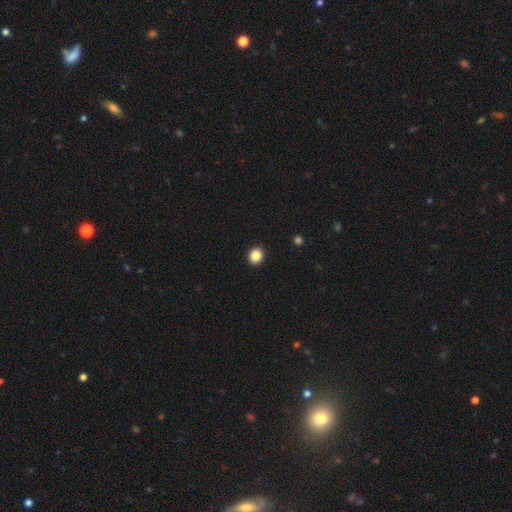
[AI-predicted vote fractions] This is clearly a smooth galaxy (86%). How rounded: likely round (70%). Merging: clearly none (93%).